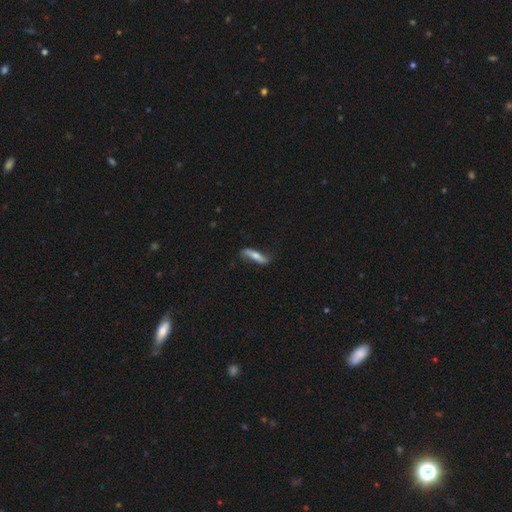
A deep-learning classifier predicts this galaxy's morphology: This appears to be a featured or disk galaxy (48%). Merging: none (72%).